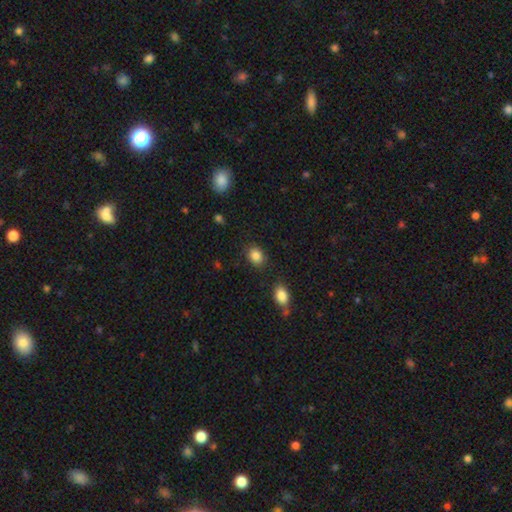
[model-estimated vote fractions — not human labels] This is clearly a smooth galaxy (87%). How rounded: possibly in between (56%). Merging: clearly none (83%).